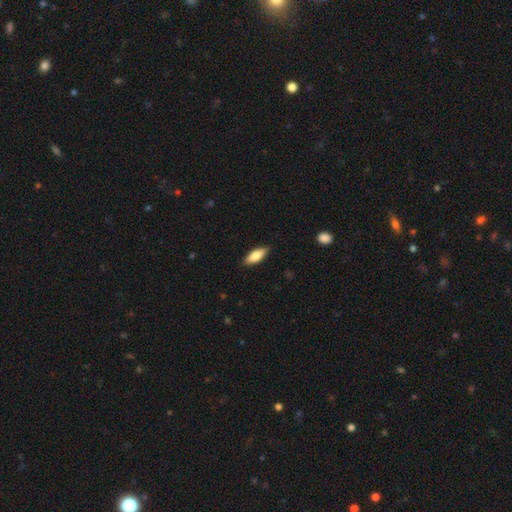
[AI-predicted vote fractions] This appears to be a smooth galaxy with no disk features (73%) that is in between round and cigar-shaped (68%). Merging: none (86%).